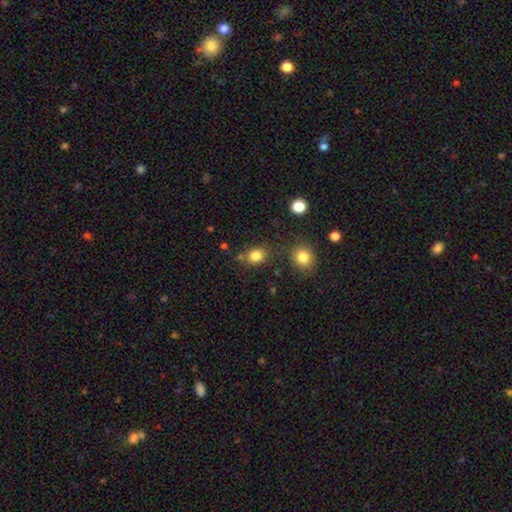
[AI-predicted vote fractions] Smooth or featured: smooth — 83% (star or artifact — 12%)
How rounded: round — 50% (in between — 49%)
Merging: none — 72% (minor disturbance — 14%)